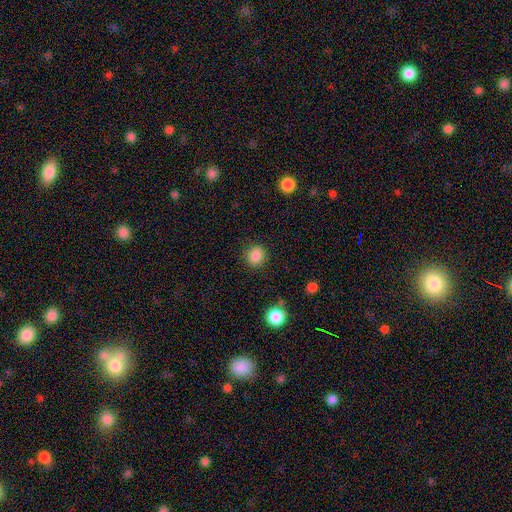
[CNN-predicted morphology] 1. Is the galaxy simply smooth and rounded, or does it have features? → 86% smooth, 10% star or artifact, 4% featured or disk.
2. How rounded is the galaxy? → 77% round, 22% in between, 1% cigar-shaped.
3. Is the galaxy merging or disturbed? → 88% none, 8% minor disturbance, 3% major disturbance, 2% merger.